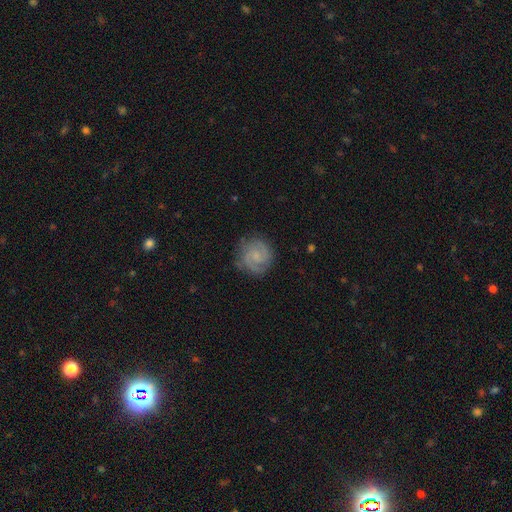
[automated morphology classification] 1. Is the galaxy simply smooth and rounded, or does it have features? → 74% featured or disk, 19% smooth, 6% star or artifact.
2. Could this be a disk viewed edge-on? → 98% no, 2% yes.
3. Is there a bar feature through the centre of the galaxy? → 56% no, 38% weak, 5% strong.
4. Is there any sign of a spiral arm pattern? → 96% yes, 4% no.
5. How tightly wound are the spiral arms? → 54% tight, 37% medium, 9% loose.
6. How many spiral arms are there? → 76% 2, 9% can't tell, 7% 3, 4% 1, 2% 4, 2% more than 4.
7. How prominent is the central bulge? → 51% small, 31% none, 15% moderate, 1% large, 1% dominant.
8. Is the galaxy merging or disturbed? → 79% none, 15% minor disturbance, 5% major disturbance, 1% merger.